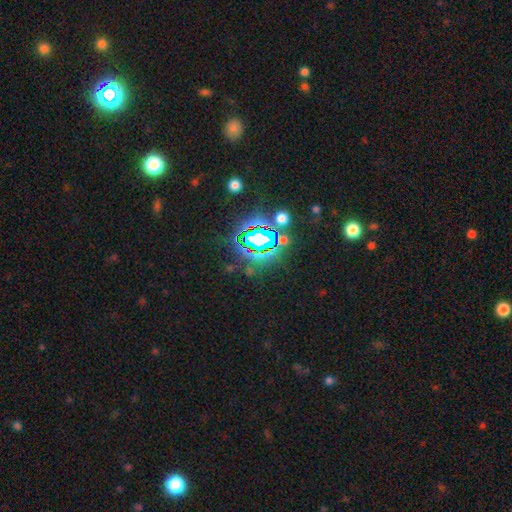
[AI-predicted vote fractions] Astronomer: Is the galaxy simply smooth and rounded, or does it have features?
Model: star or artifact — 83%.